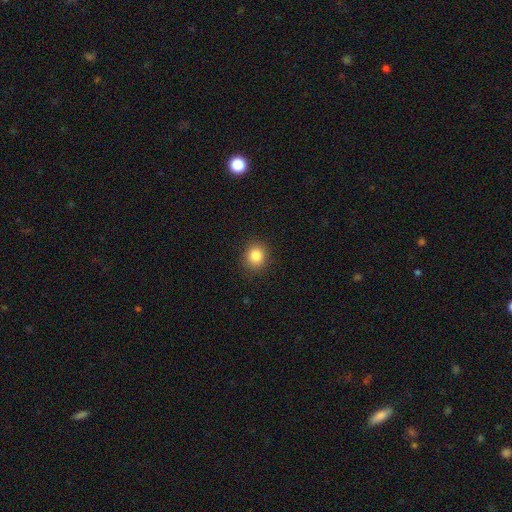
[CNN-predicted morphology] smooth-or-featured: smooth: 84% | star or artifact: 11% | featured or disk: 5%
  how-rounded: round: 77% | in between: 22% | cigar-shaped: 1%
  merging: none: 88% | minor disturbance: 8% | major disturbance: 2% | merger: 1%